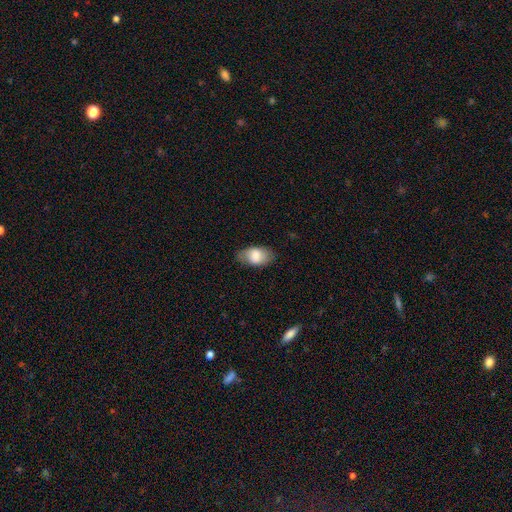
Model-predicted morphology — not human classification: Q: Smooth or featured?
A: smooth (77%); runner-up: featured or disk (16%)
Q: How rounded?
A: in between (91%); runner-up: round (7%)
Q: Merging?
A: none (78%); runner-up: minor disturbance (17%)